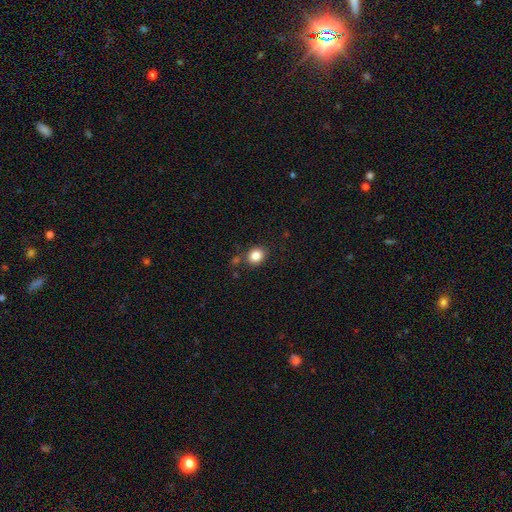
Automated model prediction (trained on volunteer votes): Smooth or featured? Predicted: smooth (p=0.85). How rounded? Predicted: round (p=0.63). Merging? Predicted: none (p=0.81).